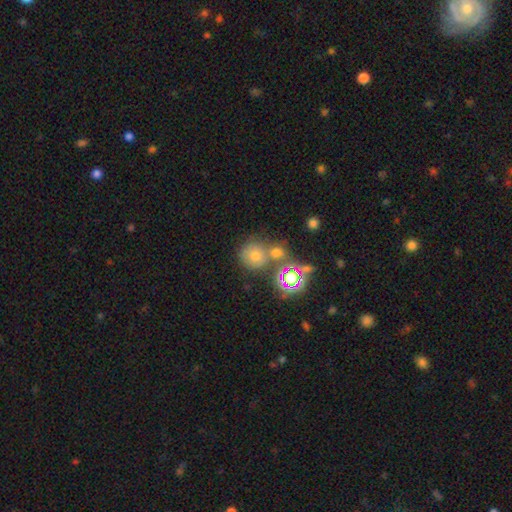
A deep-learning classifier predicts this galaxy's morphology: Overall: smooth (54%; star or artifact 33%). How rounded: round (88%). Merging: none (58%; merger 28%).